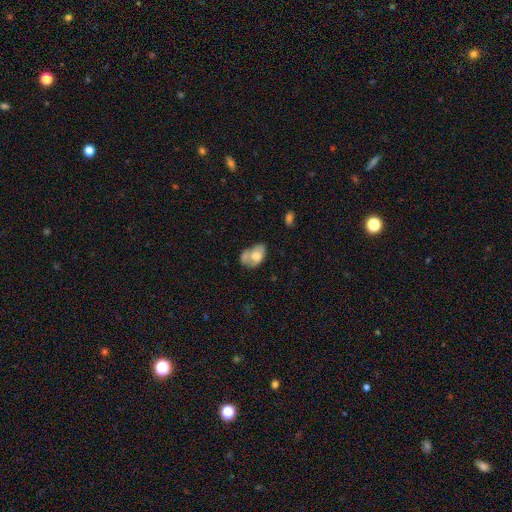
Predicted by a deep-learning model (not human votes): Smooth or featured: smooth — 57% (featured or disk — 35%)
How rounded: in between — 87% (round — 12%)
Merging: none — 30% (minor disturbance — 28%)